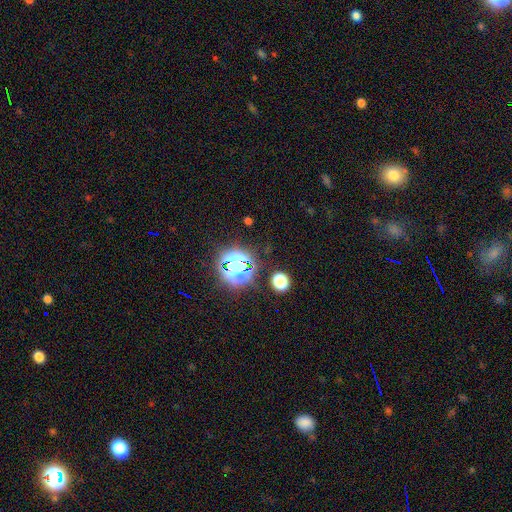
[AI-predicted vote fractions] Smooth or featured? Predicted: star or artifact (p=0.77).